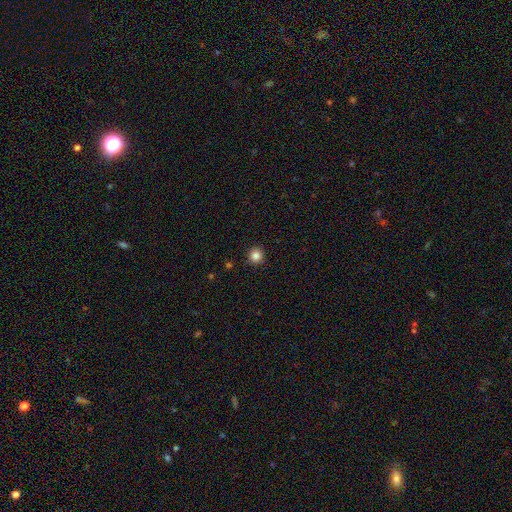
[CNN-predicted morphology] smooth 85%, star or artifact 11%, featured or disk 4%. Down the decision tree: how rounded — round (95%); merging — none (92%).